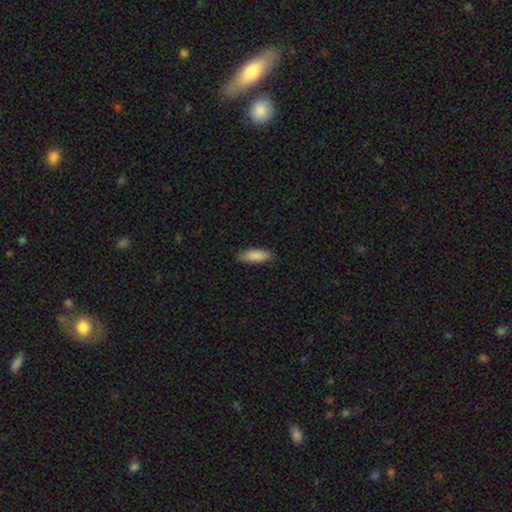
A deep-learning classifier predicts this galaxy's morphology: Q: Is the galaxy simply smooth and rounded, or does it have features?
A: smooth — 87%.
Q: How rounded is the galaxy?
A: in between — 66%.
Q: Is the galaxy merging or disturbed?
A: none — 83%.